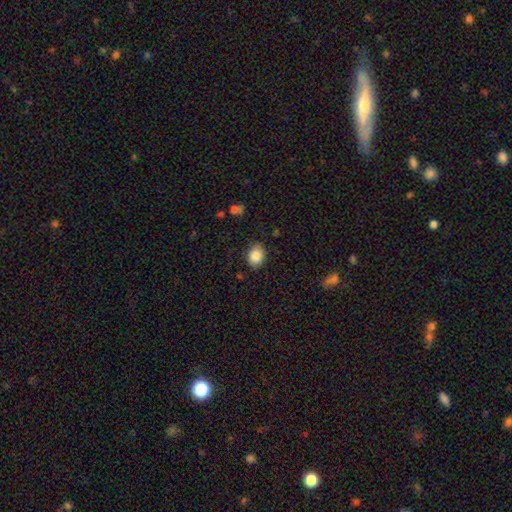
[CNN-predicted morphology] Smooth or featured? smooth (87%)
How rounded? in between (58%)
Merging? none (85%)